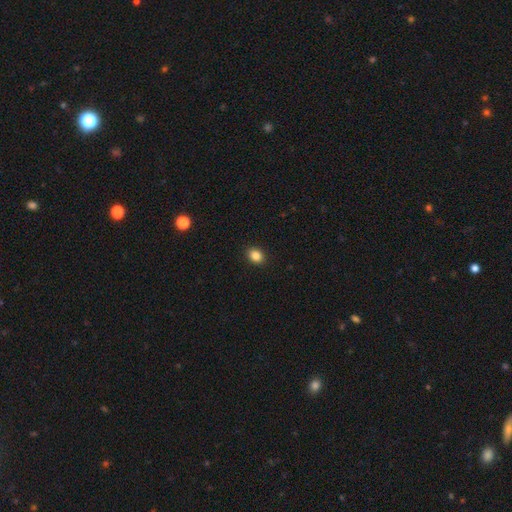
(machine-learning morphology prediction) Smooth or featured: smooth — 86% (star or artifact — 10%)
How rounded: in between — 57% (round — 42%)
Merging: none — 91% (minor disturbance — 6%)